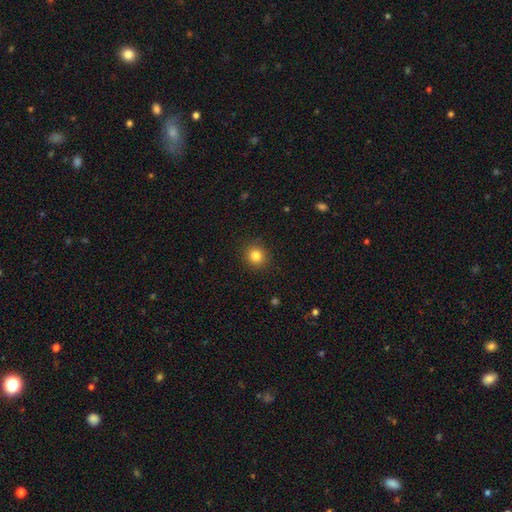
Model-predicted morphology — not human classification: Smooth or featured? smooth (83%)
How rounded? round (90%)
Merging? none (91%)